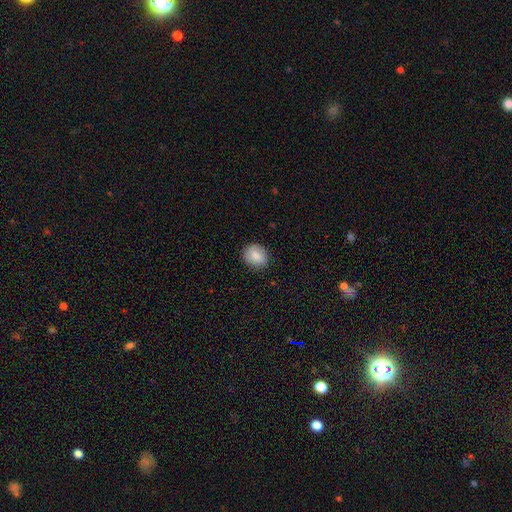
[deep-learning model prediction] smooth_or_featured: smooth (p=0.83) [alt: featured or disk p=0.09]
how_rounded: round (p=0.55) [alt: in between p=0.43]
merging: none (p=0.85) [alt: minor disturbance p=0.11]